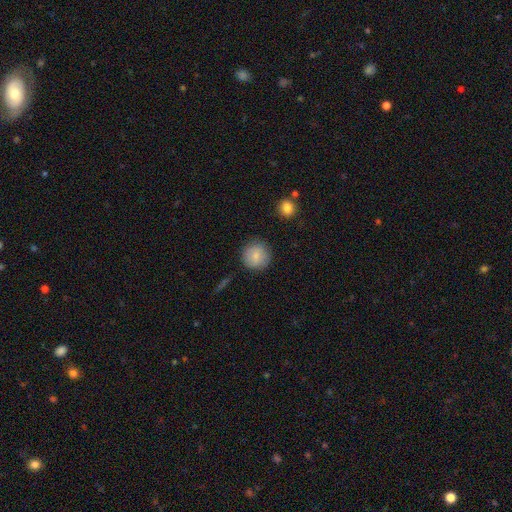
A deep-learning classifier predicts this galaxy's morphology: Q: Smooth or featured?
A: smooth (83%); runner-up: featured or disk (10%)
Q: How rounded?
A: round (93%); runner-up: in between (6%)
Q: Merging?
A: none (87%); runner-up: minor disturbance (9%)